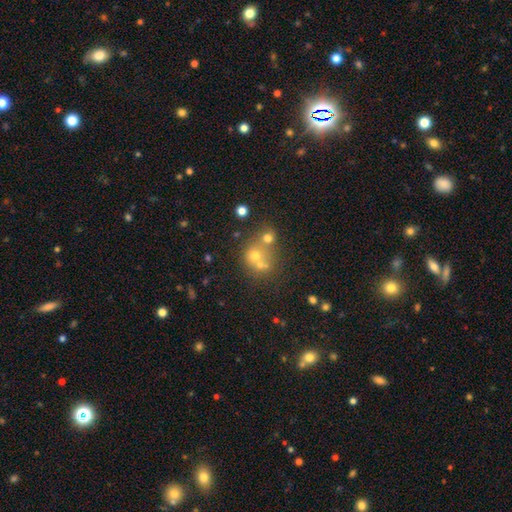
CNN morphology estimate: This is possibly a smooth galaxy (55%). How rounded: likely round (78%). Merging: possibly merger (52%).